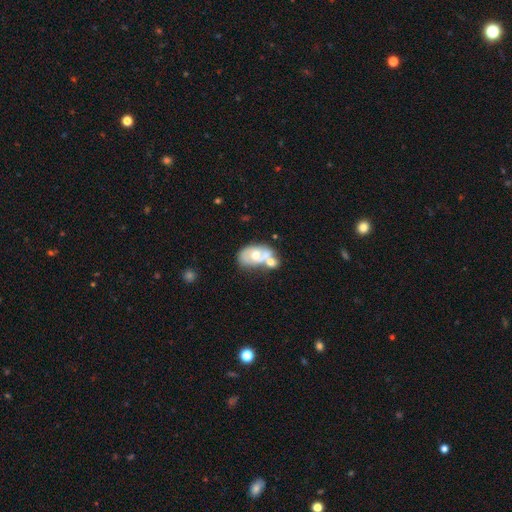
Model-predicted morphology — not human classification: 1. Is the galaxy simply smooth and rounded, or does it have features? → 51% featured or disk, 42% smooth, 7% star or artifact.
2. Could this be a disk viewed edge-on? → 95% no, 5% yes.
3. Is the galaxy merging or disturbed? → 57% merger, 22% none, 13% minor disturbance, 8% major disturbance.